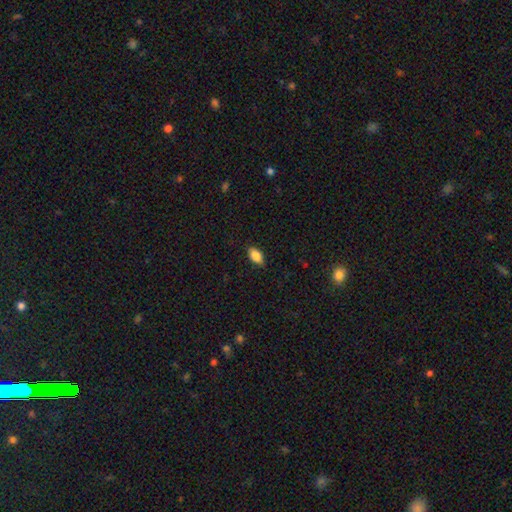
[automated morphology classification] Smooth or featured? Predicted: smooth (p=0.84). How rounded? Predicted: in between (p=0.89). Merging? Predicted: none (p=0.83).